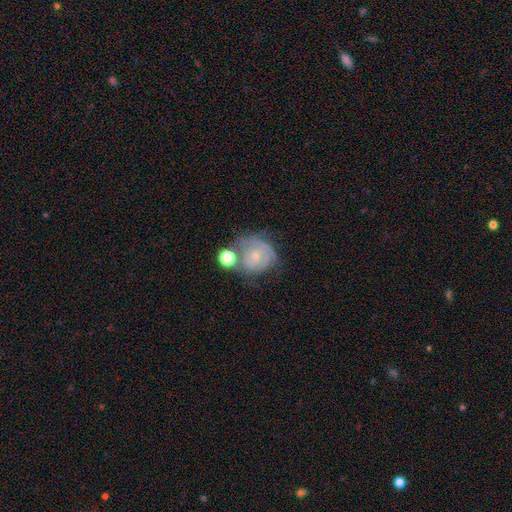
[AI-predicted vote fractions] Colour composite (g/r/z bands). It shows a featured or disk galaxy (60%) with no bar (78%), spiral arms (71%) and a small central bulge (62%). Merging: none (45%).